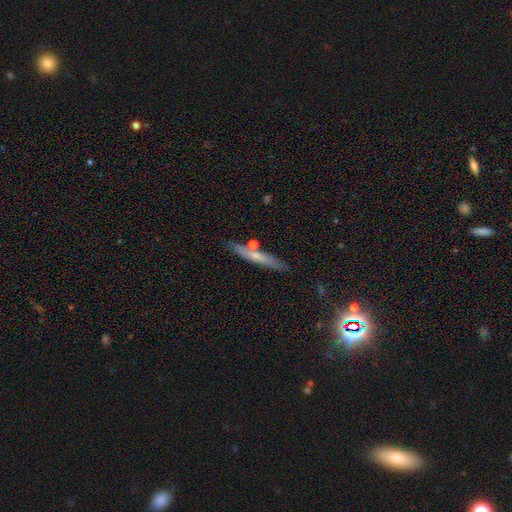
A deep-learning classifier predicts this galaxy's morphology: smooth 53%, featured or disk 39%, star or artifact 8%. Down the decision tree: how rounded — cigar-shaped (91%); merging — none (79%).